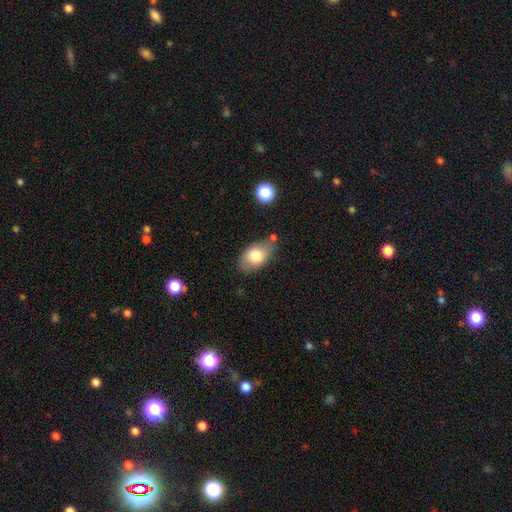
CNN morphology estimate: Q: Smooth or featured?
A: smooth (76%); runner-up: featured or disk (17%)
Q: How rounded?
A: in between (89%); runner-up: round (9%)
Q: Merging?
A: none (65%); runner-up: minor disturbance (22%)